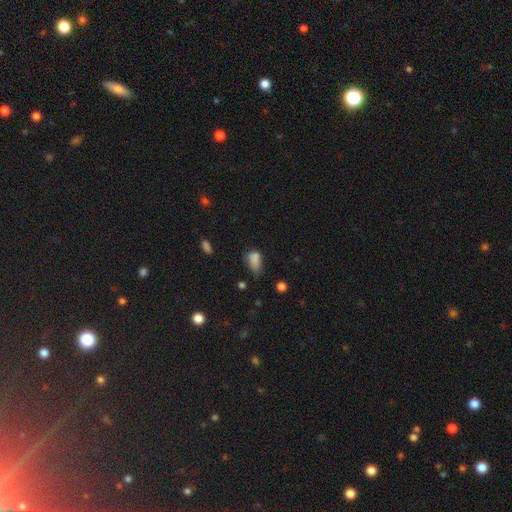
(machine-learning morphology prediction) Smooth or featured? Predicted: smooth (p=0.76). How rounded? Predicted: in between (p=0.83). Merging? Predicted: none (p=0.37).